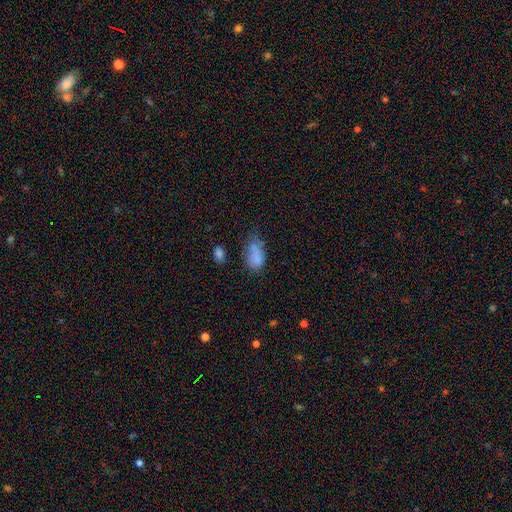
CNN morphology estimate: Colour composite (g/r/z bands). It shows a smooth galaxy with no disk features (78%) that is in between round and cigar-shaped (89%). Merging: none (35%).